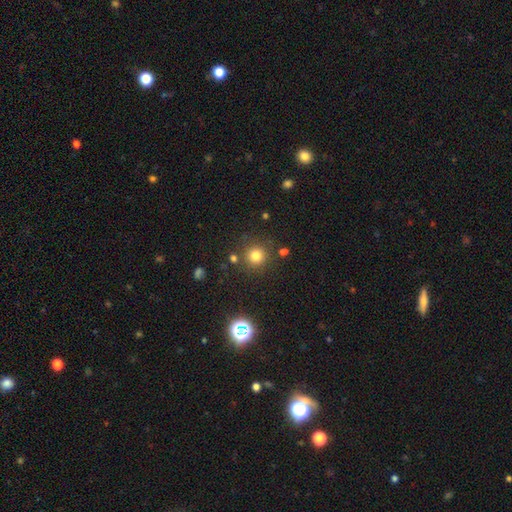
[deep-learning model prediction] smooth 77%, star or artifact 16%, featured or disk 6%. Down the decision tree: how rounded — round (94%); merging — none (83%).